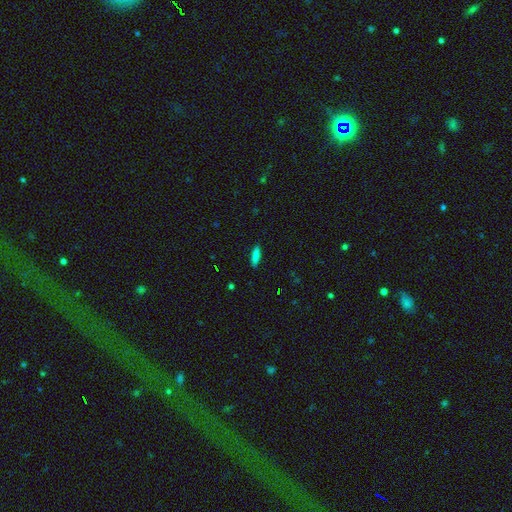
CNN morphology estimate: smooth_or_featured: smooth (p=0.83) [alt: featured or disk p=0.09]
how_rounded: cigar-shaped (p=0.73) [alt: in between p=0.25]
merging: none (p=0.89) [alt: minor disturbance p=0.08]